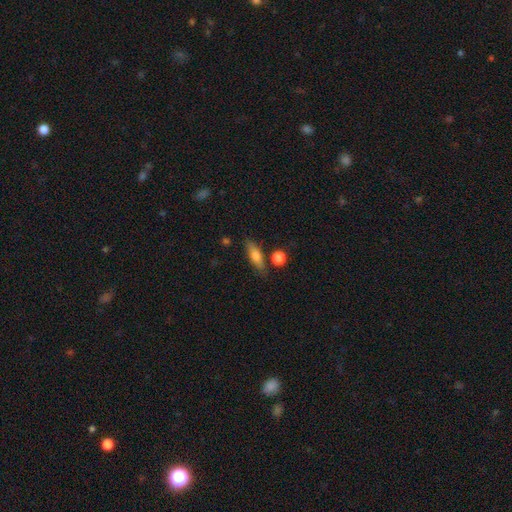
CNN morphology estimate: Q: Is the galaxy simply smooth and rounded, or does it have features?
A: smooth — 68%.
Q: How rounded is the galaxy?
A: in between — 52%.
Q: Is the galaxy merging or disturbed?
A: none — 75%.